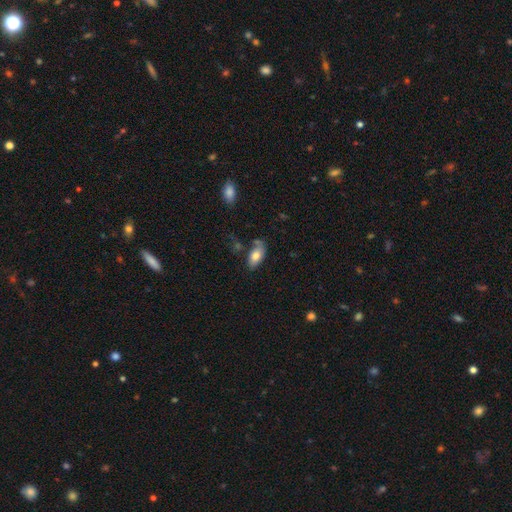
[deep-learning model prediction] smooth-or-featured: smooth: 75% | featured or disk: 18% | star or artifact: 7%
  how-rounded: in between: 91% | cigar-shaped: 6% | round: 3%
  merging: none: 63% | minor disturbance: 23% | merger: 8% | major disturbance: 6%